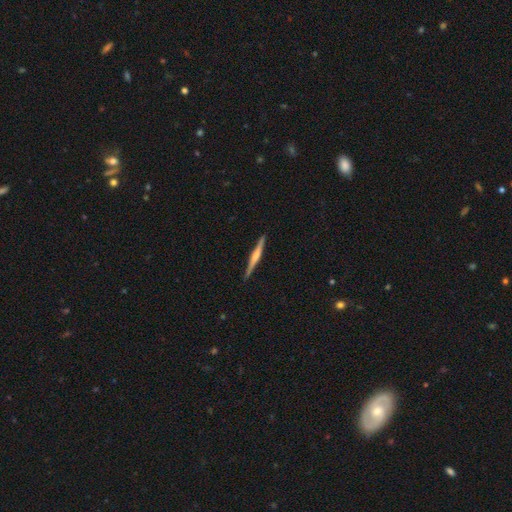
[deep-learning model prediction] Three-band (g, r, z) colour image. It shows a featured or disk galaxy (64%) viewed edge-on (98%) with a rounded central bulge (50%). Merging: none (90%).